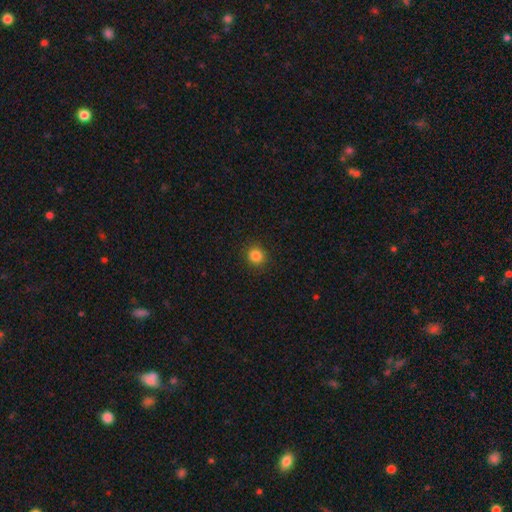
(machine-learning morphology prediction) A smooth galaxy with no disk features (84%) that is round (91%). Merging: none (91%).